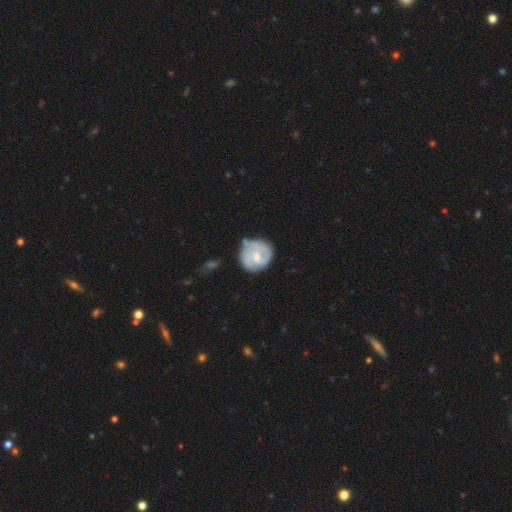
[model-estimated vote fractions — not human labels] Morphology: type=featured or disk (48%); merging=none (54%).